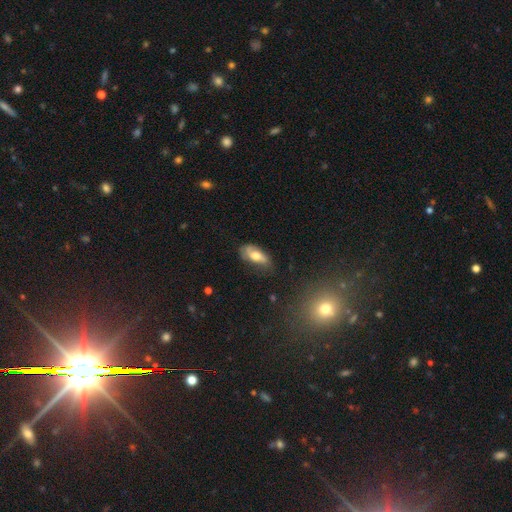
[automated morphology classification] The model was most divided on "merging": none: 49%, minor disturbance: 34%, major disturbance: 14%, merger: 3%. More confident: how rounded — in between (84%); smooth or featured — smooth (56%).